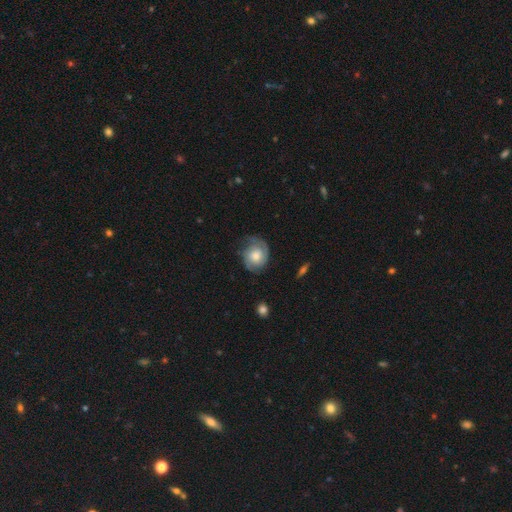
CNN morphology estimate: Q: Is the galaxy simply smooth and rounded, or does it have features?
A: featured or disk — 67%.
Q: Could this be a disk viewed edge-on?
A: no — 98%.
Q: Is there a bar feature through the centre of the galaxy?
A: no — 76%.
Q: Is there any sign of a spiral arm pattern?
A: yes — 92%.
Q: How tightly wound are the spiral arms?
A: tight — 52%.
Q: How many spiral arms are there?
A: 2 — 67%.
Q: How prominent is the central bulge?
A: moderate — 58%.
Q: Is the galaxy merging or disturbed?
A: none — 66%.